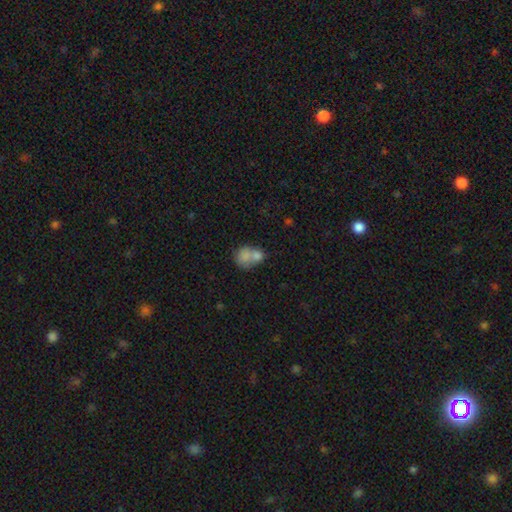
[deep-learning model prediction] Smooth or featured? Predicted: smooth (p=0.77). How rounded? Predicted: round (p=0.62). Merging? Predicted: merger (p=0.66).